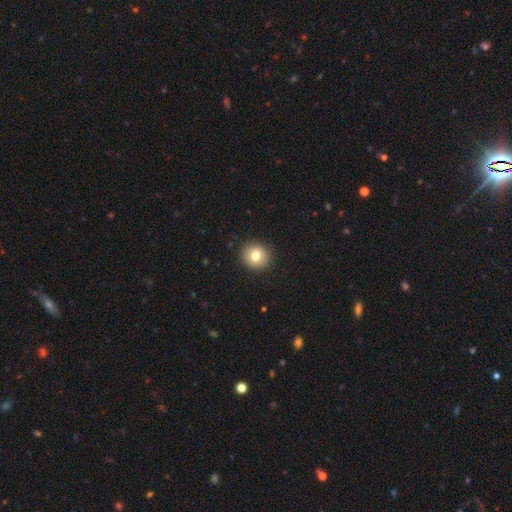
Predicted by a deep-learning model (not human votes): Overall: smooth (79%). How rounded: round (86%). Merging: none (91%).